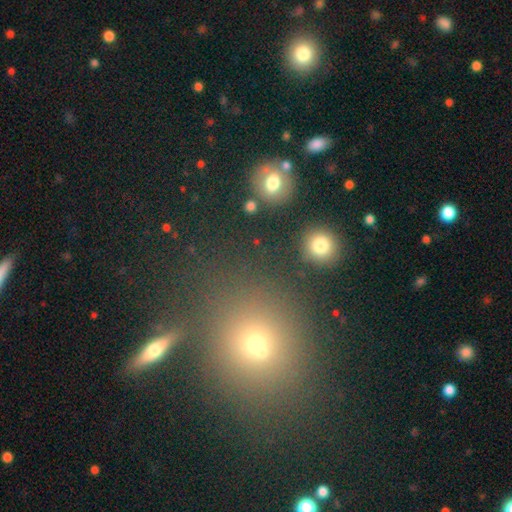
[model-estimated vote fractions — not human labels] Overall: smooth (52%; star or artifact 36%). How rounded: round (75%). Merging: none (81%).